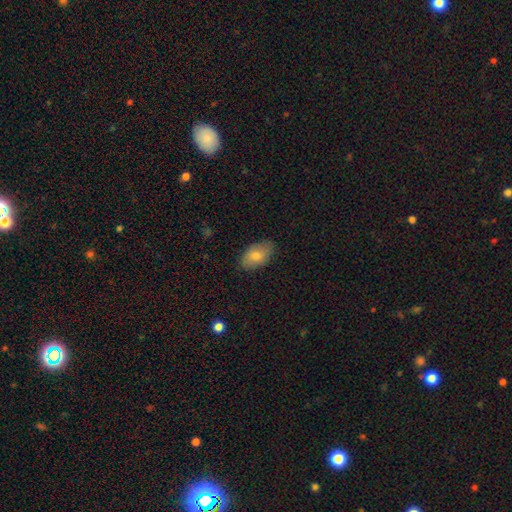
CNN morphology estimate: smooth-or-featured: smooth: 76% | featured or disk: 17% | star or artifact: 7%
  how-rounded: in between: 93% | round: 5% | cigar-shaped: 2%
  merging: none: 84% | minor disturbance: 13% | major disturbance: 2% | merger: 1%